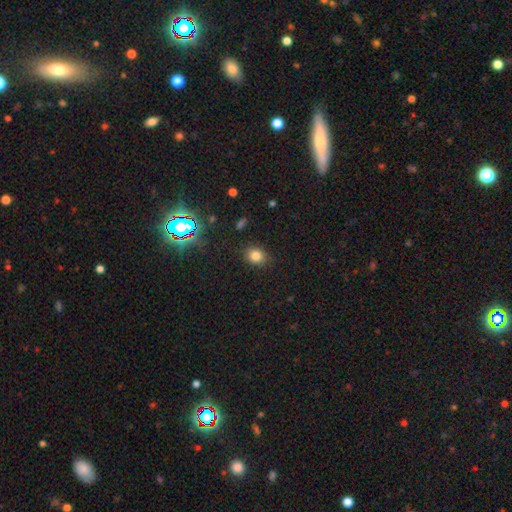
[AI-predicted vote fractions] Morphology: type=smooth (79%); roundness=round (60%); merging=none (87%).